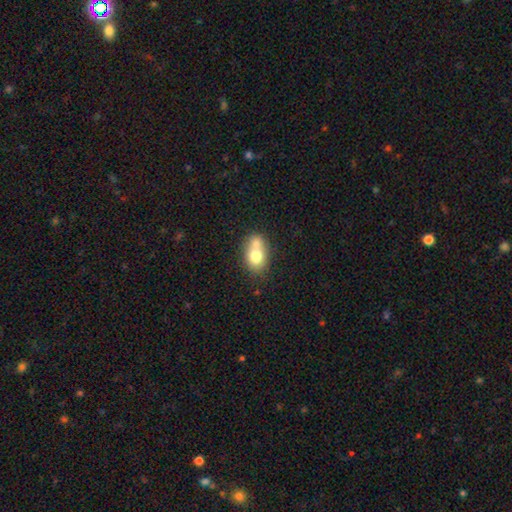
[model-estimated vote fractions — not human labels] A smooth galaxy with no disk features (72%) that is in between round and cigar-shaped (65%).

Vote fractions:
- Smooth or featured? smooth: 72% / featured or disk: 20% / star or artifact: 9%
- How rounded? in between: 65% / round: 34% / cigar-shaped: 1%
- Merging? merger: 51% / none: 34% / minor disturbance: 11% / major disturbance: 4%